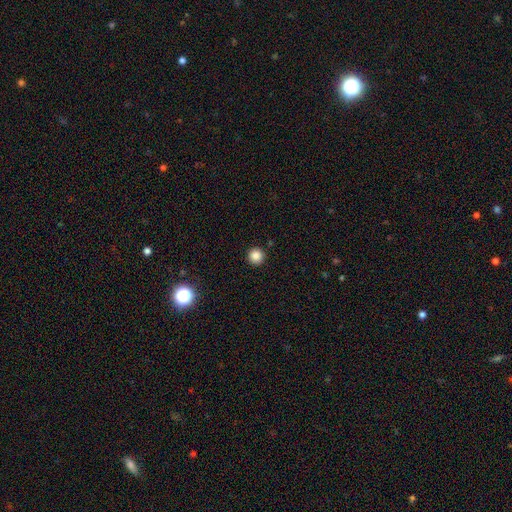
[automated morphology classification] smooth 85%, star or artifact 11%, featured or disk 3%. Down the decision tree: how rounded — round (96%); merging — none (92%).